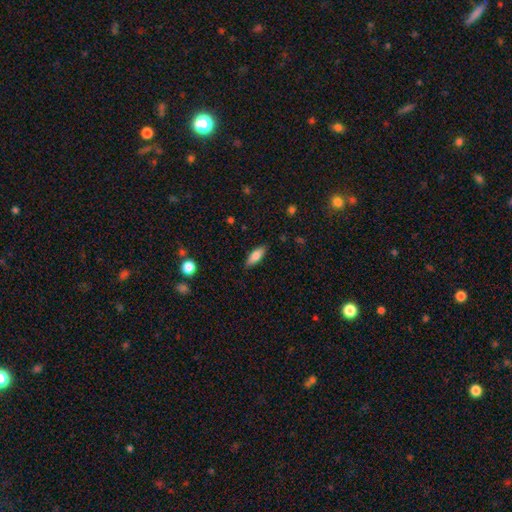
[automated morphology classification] Smooth or featured? smooth (77%)
How rounded? in between (69%)
Merging? none (86%)